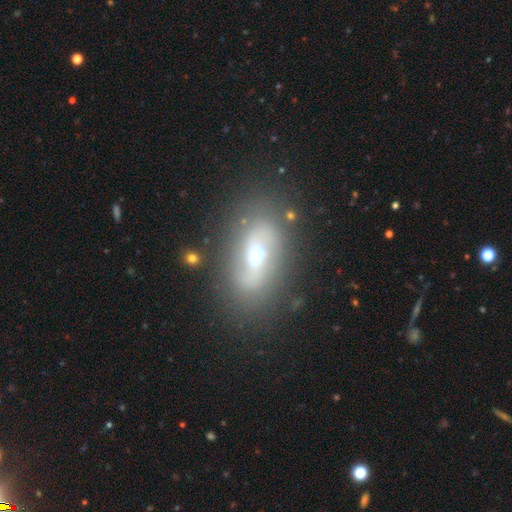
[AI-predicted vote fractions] Morphology: type=featured or disk (63%); edge-on=no (92%); bar=weak (45%); spiral arms=yes (71%); bulge=moderate (65%); merging=none (78%).